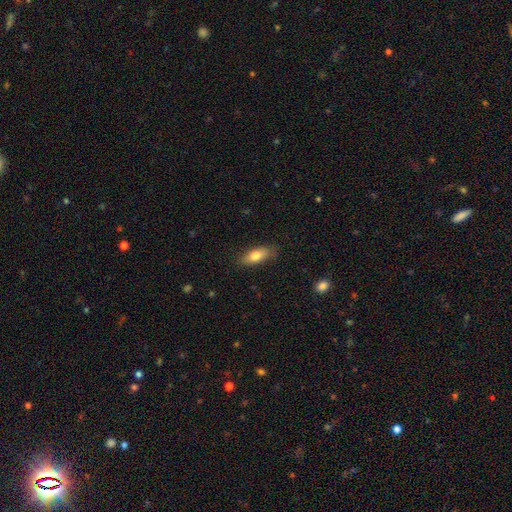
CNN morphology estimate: Smooth or featured?
  - smooth: 78% *
  - featured or disk: 16%
  - star or artifact: 6%
How rounded?
  - in between: 79% *
  - cigar-shaped: 19%
  - round: 3%
Merging?
  - none: 81% *
  - minor disturbance: 15%
  - major disturbance: 3%
  - merger: 1%